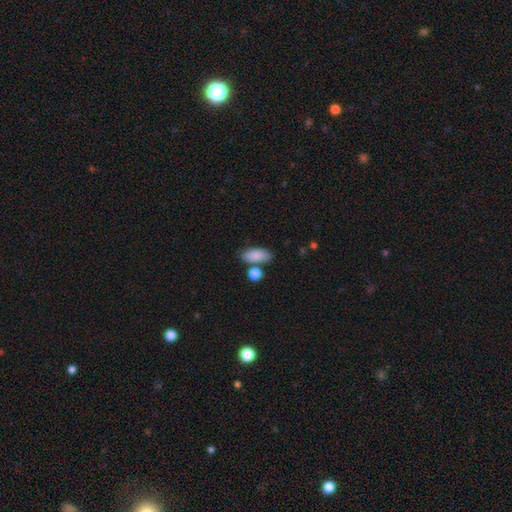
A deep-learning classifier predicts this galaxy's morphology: type=smooth (86%); roundness=in between (88%); merging=none (65%).